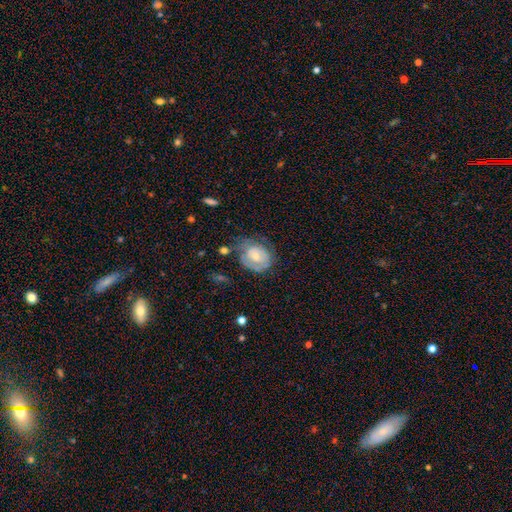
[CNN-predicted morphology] Smooth or featured? Predicted: featured or disk (p=0.54). Edge-on disk? Predicted: no (p=0.96). Bar? Predicted: no (p=0.74). Spiral arms? Predicted: yes (p=0.57). Bulge size? Predicted: moderate (p=0.51). Merging? Predicted: none (p=0.43).